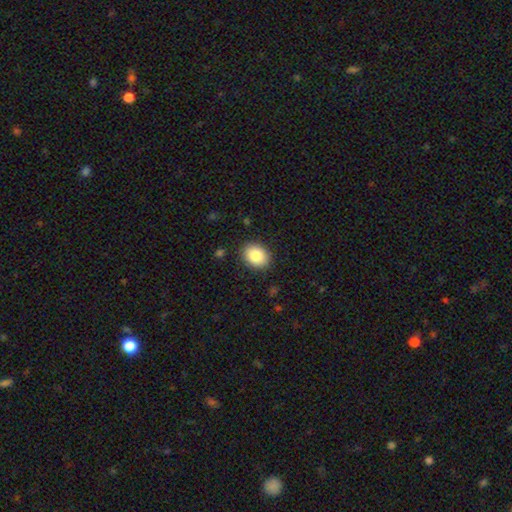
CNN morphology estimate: type=smooth (85%); roundness=in between (53%); merging=none (89%).